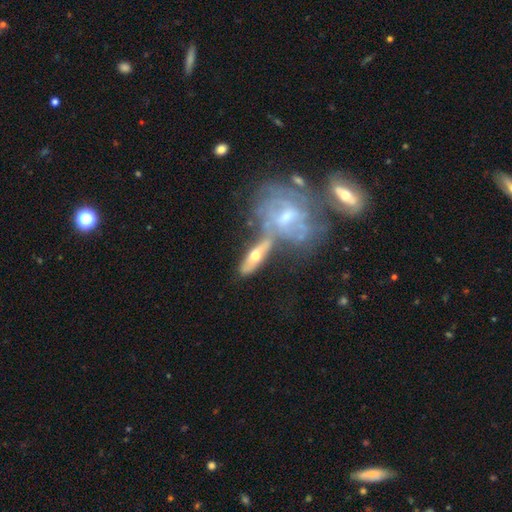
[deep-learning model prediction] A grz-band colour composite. It shows a featured or disk galaxy (56%). Merging: none (46%).